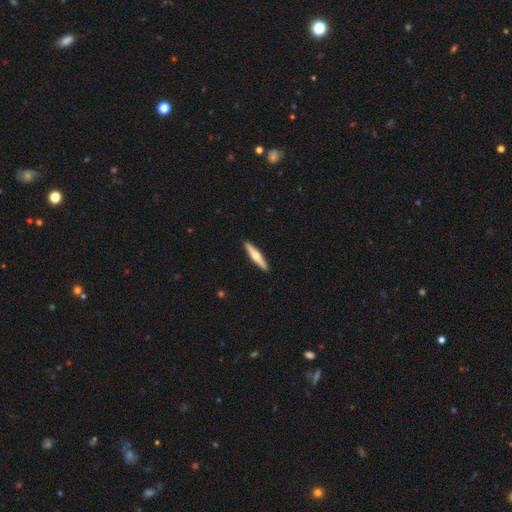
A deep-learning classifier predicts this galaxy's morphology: smooth-or-featured: featured or disk: 52% | smooth: 43% | star or artifact: 5%
  disk-edge-on: yes: 96% | no: 4%
  merging: none: 92% | minor disturbance: 6% | major disturbance: 1% | merger: 1%